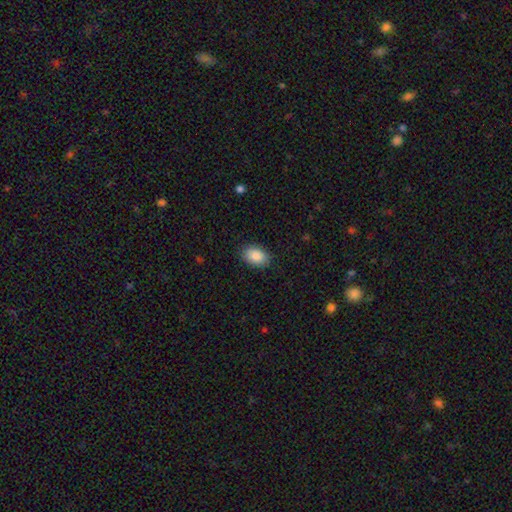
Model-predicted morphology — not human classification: smooth-or-featured: smooth: 89% | star or artifact: 7% | featured or disk: 4%
  how-rounded: in between: 87% | round: 12% | cigar-shaped: 1%
  merging: none: 87% | minor disturbance: 9% | major disturbance: 2% | merger: 1%